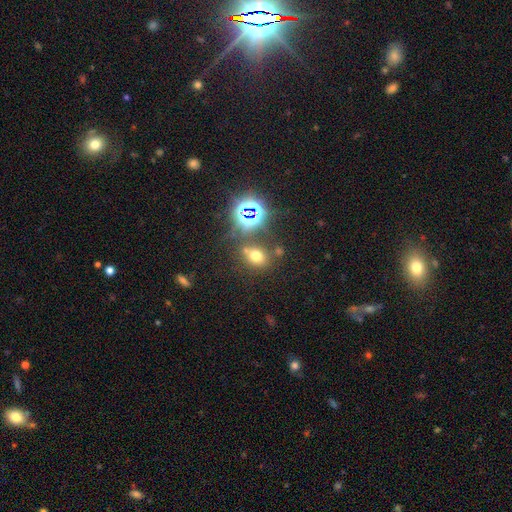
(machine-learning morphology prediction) Smooth or featured?
  - smooth: 59% *
  - star or artifact: 30%
  - featured or disk: 10%
How rounded?
  - round: 52% *
  - in between: 47%
  - cigar-shaped: 2%
Merging?
  - none: 65% *
  - merger: 17%
  - minor disturbance: 12%
  - major disturbance: 6%